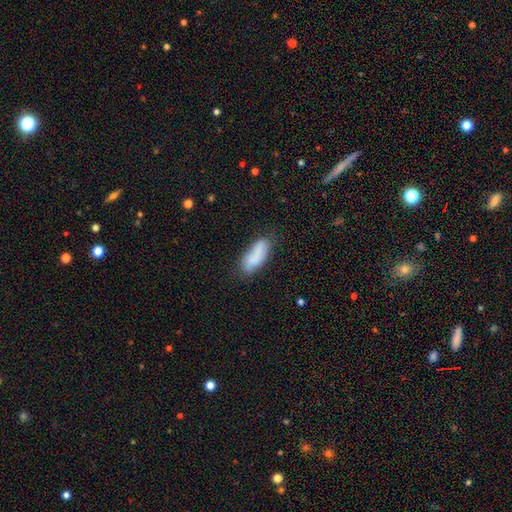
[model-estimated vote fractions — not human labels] This is likely a smooth galaxy (76%). How rounded: likely in between (73%). Merging: likely none (63%).